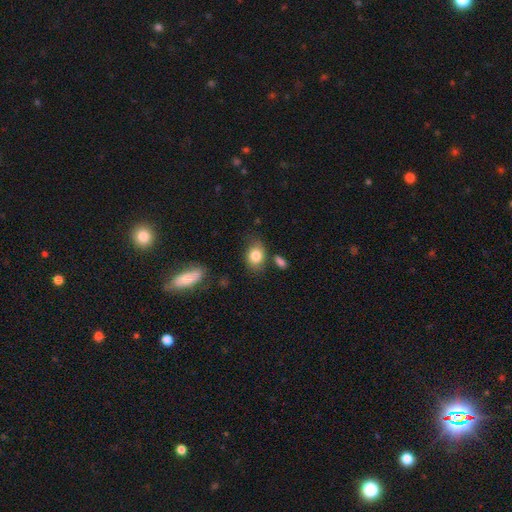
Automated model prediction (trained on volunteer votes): Smooth or featured: smooth — 82% (featured or disk — 10%)
How rounded: in between — 66% (round — 32%)
Merging: none — 71% (minor disturbance — 18%)